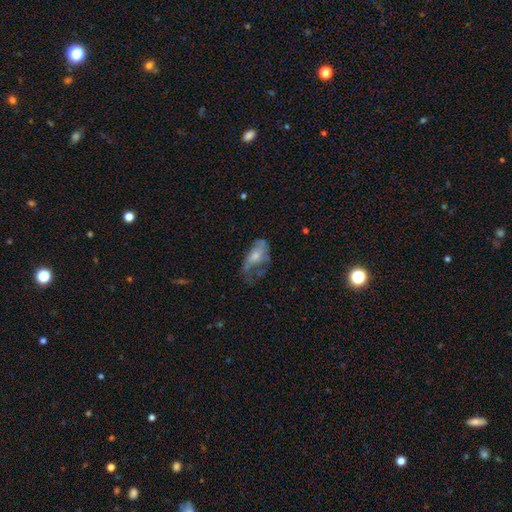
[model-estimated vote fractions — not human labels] A featured or disk galaxy (46%).

Vote fractions:
- Smooth or featured? featured or disk: 46% / smooth: 44% / star or artifact: 9%
- Merging? major disturbance: 48% / none: 24% / minor disturbance: 23% / merger: 4%